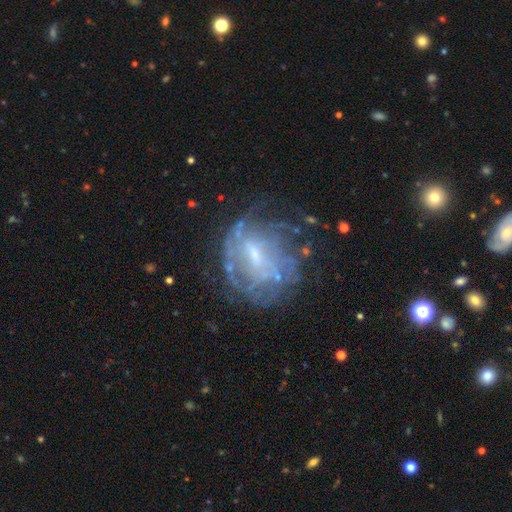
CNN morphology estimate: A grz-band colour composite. It shows a featured or disk galaxy (74%) with a weak bar (51%), spiral arms (63%) and a small central bulge (57%). Merging: none (56%).